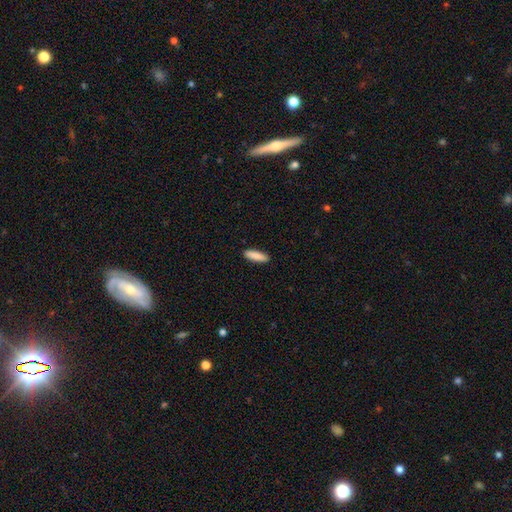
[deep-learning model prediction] Smooth or featured?
  - smooth: 87% *
  - featured or disk: 7%
  - star or artifact: 6%
How rounded?
  - cigar-shaped: 59% *
  - in between: 39%
  - round: 2%
Merging?
  - none: 91% *
  - minor disturbance: 7%
  - major disturbance: 2%
  - merger: 1%